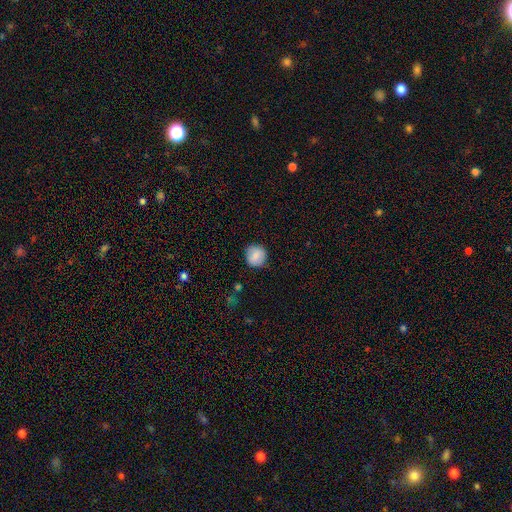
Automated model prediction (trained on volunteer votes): A smooth galaxy with no disk features (82%) that is round (91%).

Vote fractions:
- Smooth or featured? smooth: 82% / featured or disk: 11% / star or artifact: 8%
- How rounded? round: 91% / in between: 8% / cigar-shaped: 1%
- Merging? none: 84% / minor disturbance: 12% / major disturbance: 3% / merger: 1%